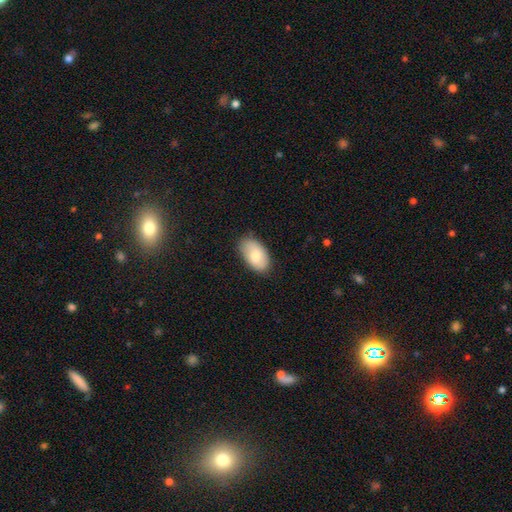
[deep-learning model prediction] Smooth or featured? smooth (80%)
How rounded? in between (95%)
Merging? none (81%)